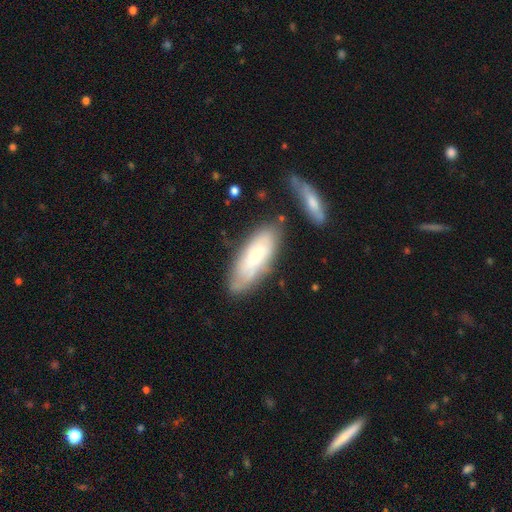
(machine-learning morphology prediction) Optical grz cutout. It shows a smooth galaxy with no disk features (51%) that is in between round and cigar-shaped (67%). Merging: none (71%).